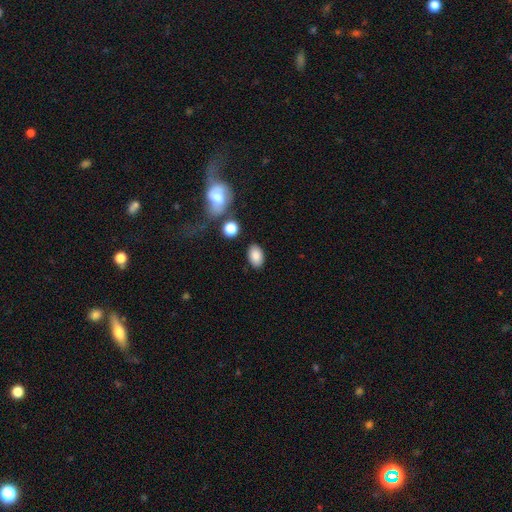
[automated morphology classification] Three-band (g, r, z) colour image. It shows a smooth galaxy with no disk features (86%) that is in between round and cigar-shaped (88%). Merging: none (83%).